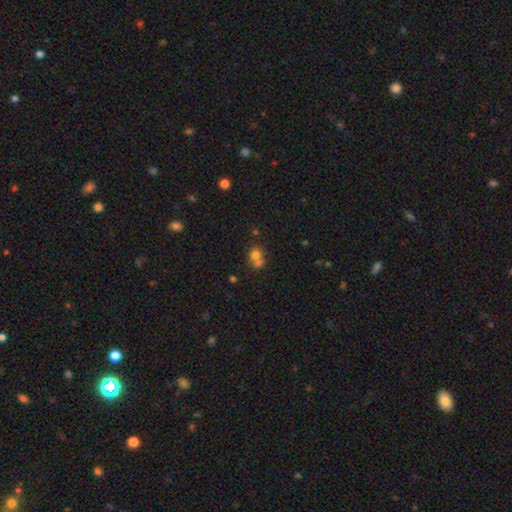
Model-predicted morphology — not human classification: This is likely a smooth galaxy (70%). How rounded: likely round (75%). Merging: possibly merger (59%).